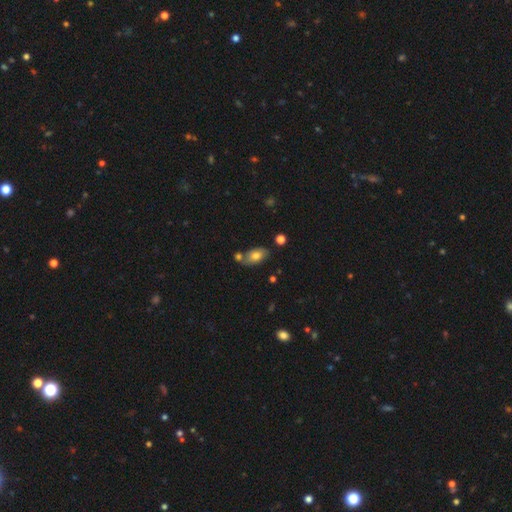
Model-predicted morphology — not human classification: Smooth or featured? Predicted: smooth (p=0.73). How rounded? Predicted: in between (p=0.90). Merging? Predicted: none (p=0.63).